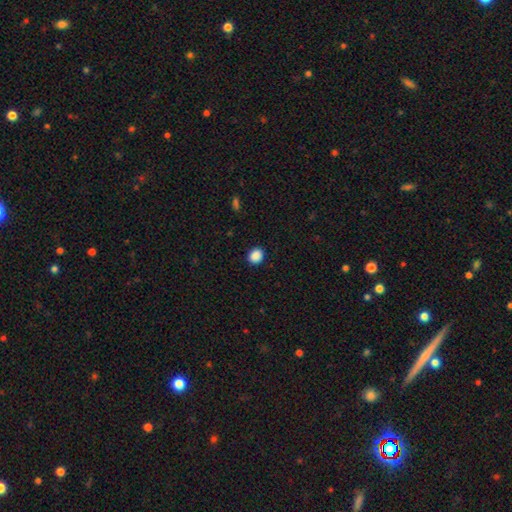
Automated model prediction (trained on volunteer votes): The model was most divided on "how rounded": round: 74%, in between: 26%, cigar-shaped: 1%. More confident: merging — none (91%); smooth or featured — smooth (89%).